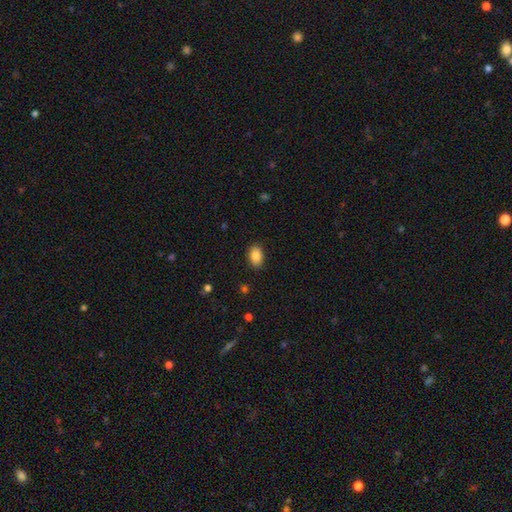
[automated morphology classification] Overall: smooth (87%). How rounded: in between (86%). Merging: none (87%).